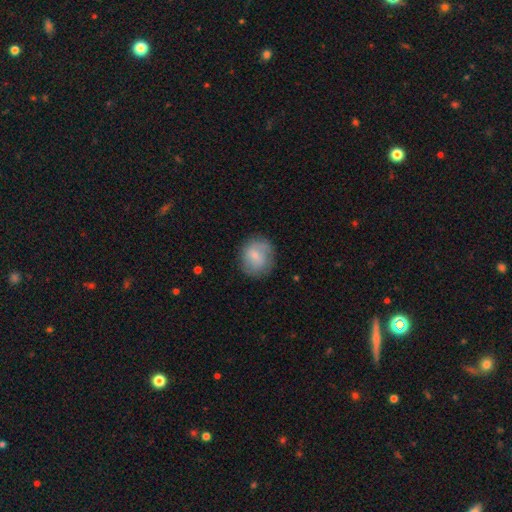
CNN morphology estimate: Smooth or featured: smooth — 71% (featured or disk — 22%)
How rounded: round — 69% (in between — 30%)
Merging: none — 74% (minor disturbance — 18%)